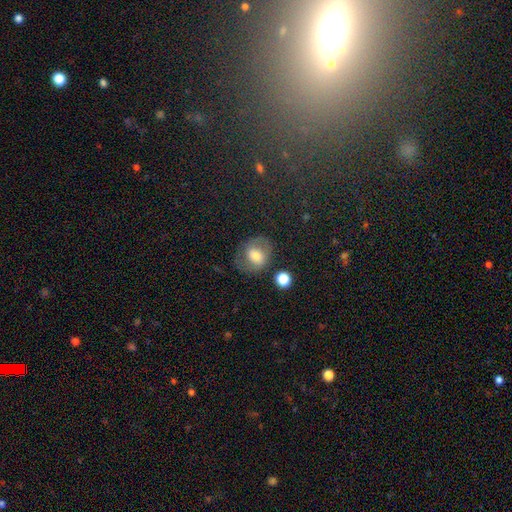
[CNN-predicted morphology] smooth-or-featured: smooth: 59% | featured or disk: 30% | star or artifact: 11%
  how-rounded: round: 59% | in between: 39% | cigar-shaped: 1%
  merging: none: 64% | minor disturbance: 20% | major disturbance: 12% | merger: 4%